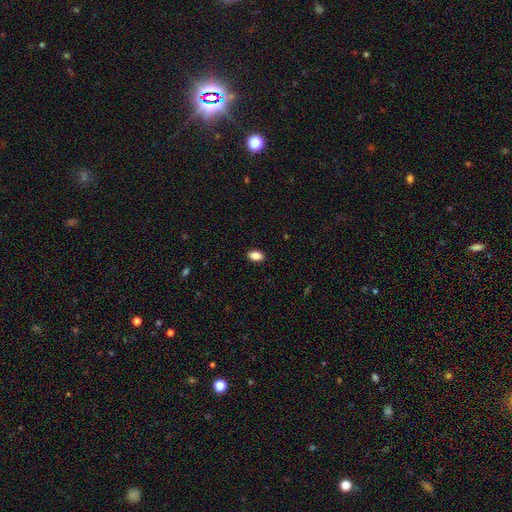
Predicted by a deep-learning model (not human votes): smooth_or_featured: smooth (p=0.85) [alt: star or artifact p=0.08]
how_rounded: in between (p=0.89) [alt: round p=0.08]
merging: none (p=0.90) [alt: minor disturbance p=0.08]